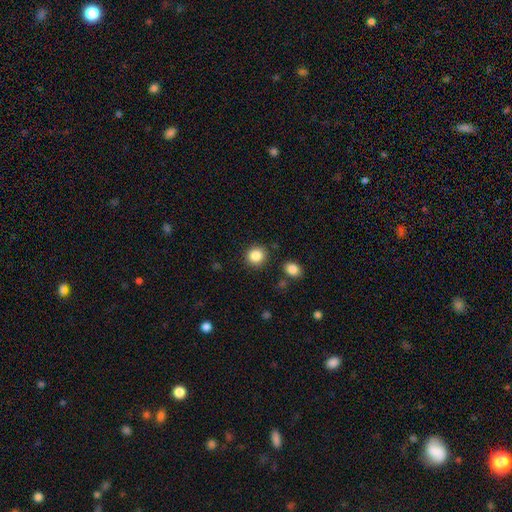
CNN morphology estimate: smooth-or-featured: smooth: 86% | star or artifact: 10% | featured or disk: 4%
  how-rounded: round: 86% | in between: 13% | cigar-shaped: 1%
  merging: none: 87% | minor disturbance: 7% | merger: 3% | major disturbance: 3%